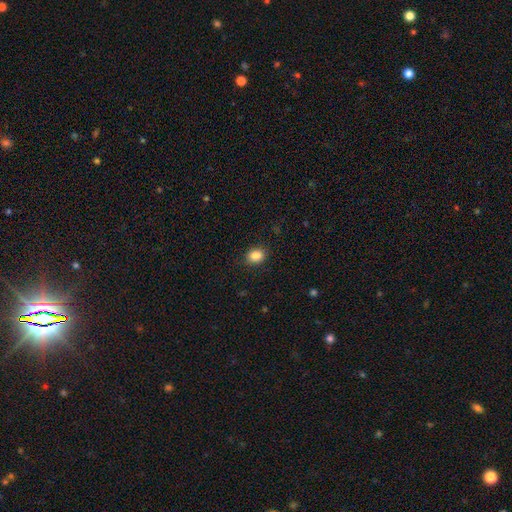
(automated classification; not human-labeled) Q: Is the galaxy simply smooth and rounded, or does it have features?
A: smooth — 86%.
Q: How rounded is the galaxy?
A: in between — 53%.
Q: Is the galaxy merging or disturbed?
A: none — 87%.